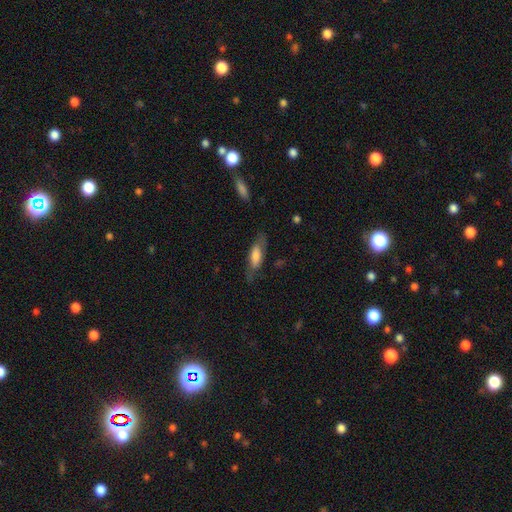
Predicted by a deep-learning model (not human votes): Morphology: type=smooth (64%); roundness=in between (58%); merging=none (67%).